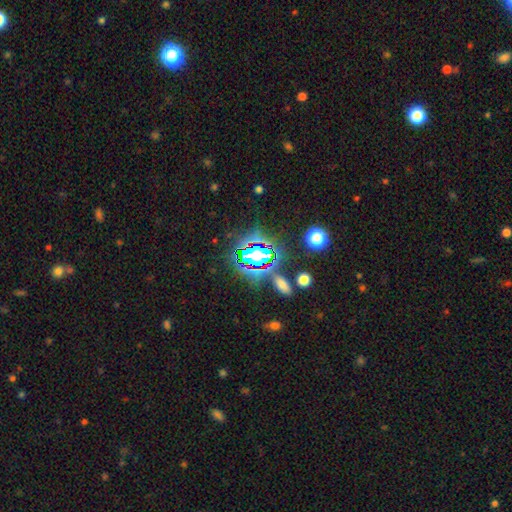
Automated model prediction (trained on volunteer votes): star or artifact 76%, smooth 15%, featured or disk 10%.